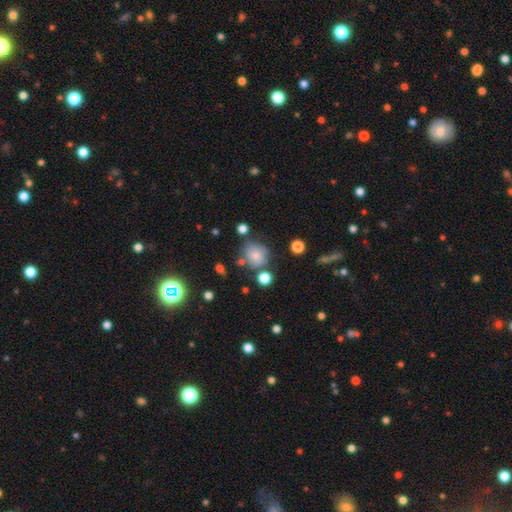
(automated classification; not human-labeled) Smooth or featured? smooth (72%)
How rounded? round (79%)
Merging? none (60%)